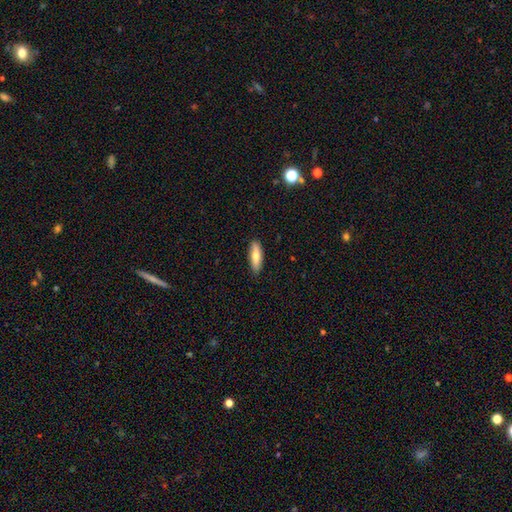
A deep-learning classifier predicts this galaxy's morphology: Smooth or featured?
  - smooth: 73% *
  - featured or disk: 21%
  - star or artifact: 6%
How rounded?
  - in between: 50% *
  - cigar-shaped: 48%
  - round: 2%
Merging?
  - none: 87% *
  - minor disturbance: 10%
  - major disturbance: 2%
  - merger: 1%